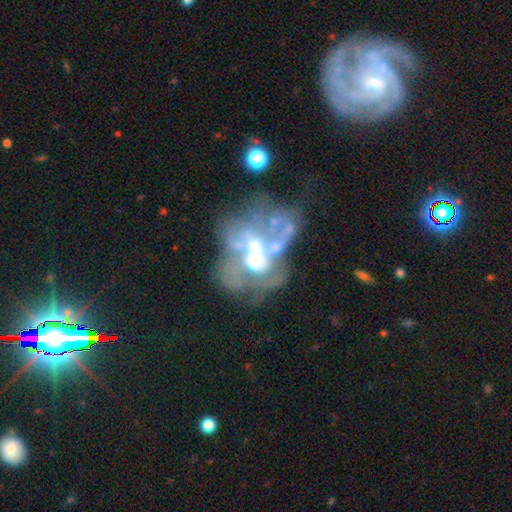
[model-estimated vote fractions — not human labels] Smooth or featured: featured or disk — 72% (smooth — 15%)
Edge-on disk: no — 97% (yes — 3%)
Bar: no — 83% (weak — 12%)
Spiral arms: no — 75% (yes — 25%)
Bulge size: moderate — 55% (small — 17%)
Merging: merger — 59% (major disturbance — 23%)